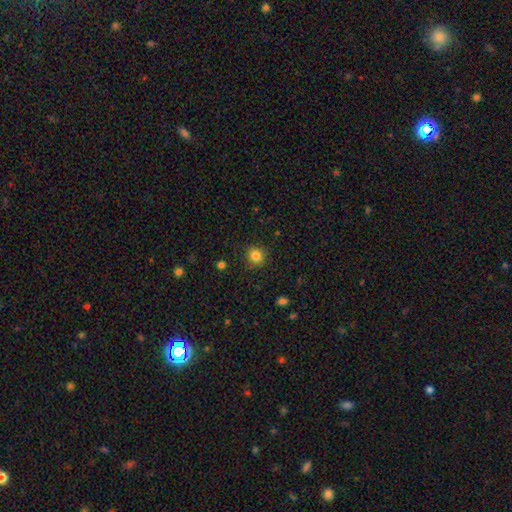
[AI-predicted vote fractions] This is clearly a smooth galaxy (83%). How rounded: clearly round (90%). Merging: clearly none (86%).